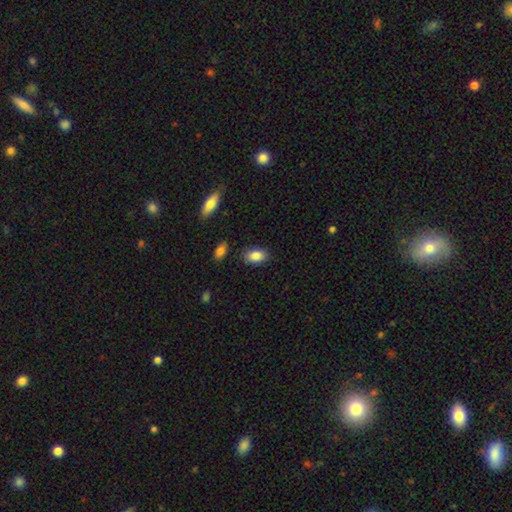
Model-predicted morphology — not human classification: This is clearly a smooth galaxy (87%). How rounded: clearly in between (90%). Merging: clearly none (85%).